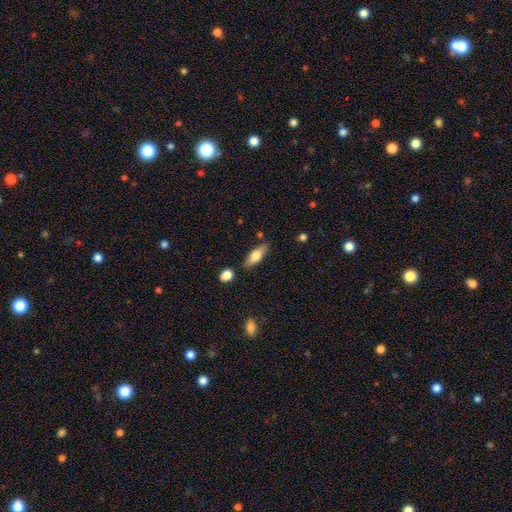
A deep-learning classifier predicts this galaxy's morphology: A smooth galaxy with no disk features (70%) that is in between round and cigar-shaped (67%). Merging: none (78%).